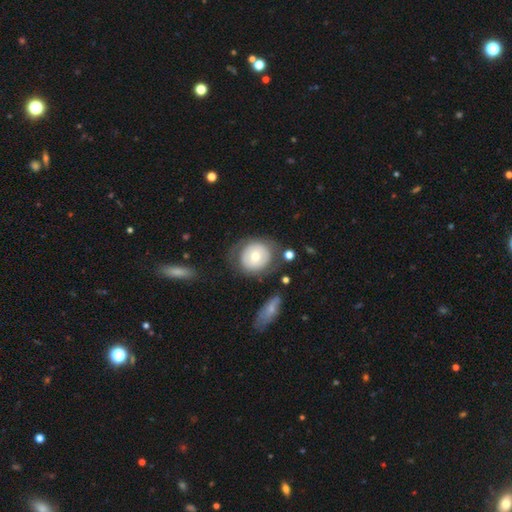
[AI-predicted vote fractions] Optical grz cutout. It shows a smooth galaxy with no disk features (58%) that is round (81%). Merging: none (67%).